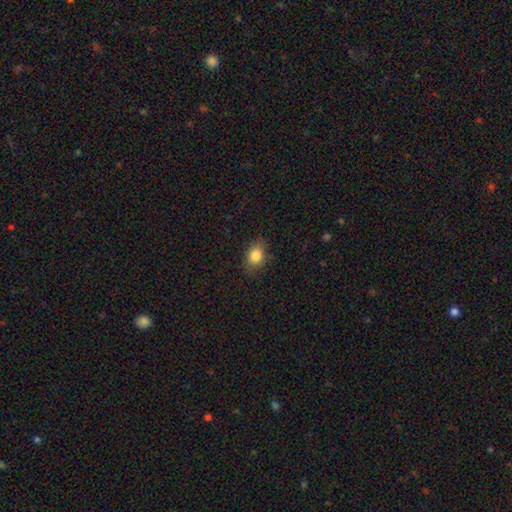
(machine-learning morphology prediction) Smooth or featured?
  - smooth: 83% *
  - star or artifact: 10%
  - featured or disk: 7%
How rounded?
  - in between: 55% *
  - round: 43%
  - cigar-shaped: 1%
Merging?
  - none: 77% *
  - minor disturbance: 18%
  - major disturbance: 4%
  - merger: 1%